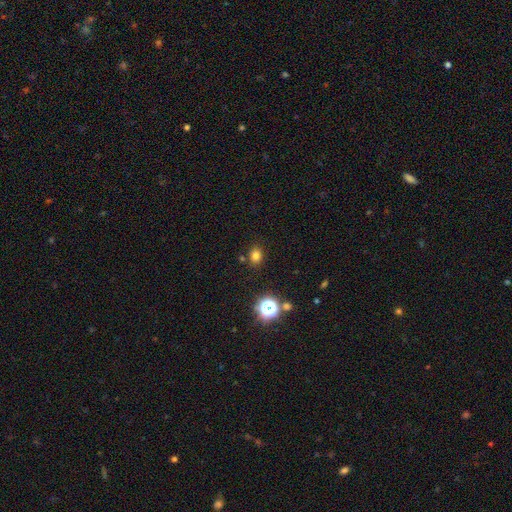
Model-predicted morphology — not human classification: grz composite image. It shows a smooth galaxy with no disk features (76%) that is round (56%). Merging: none (84%).